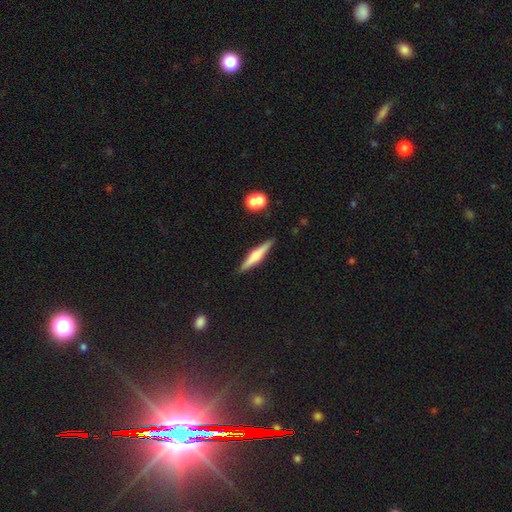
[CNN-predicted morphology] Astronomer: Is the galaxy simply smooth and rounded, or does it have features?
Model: featured or disk — 50% (runner-up: smooth, 44%).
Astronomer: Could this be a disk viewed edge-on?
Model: yes — 96%.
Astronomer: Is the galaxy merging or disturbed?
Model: none — 88%.